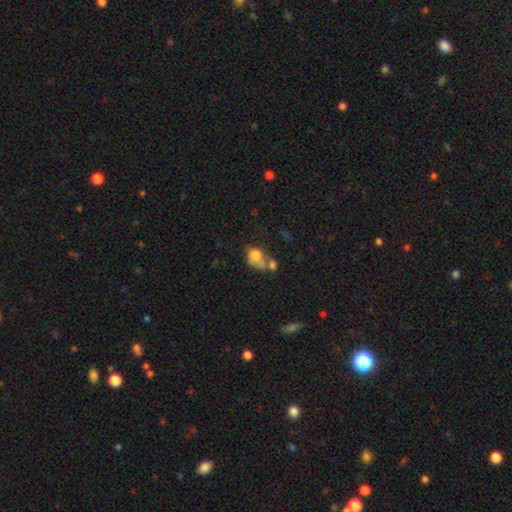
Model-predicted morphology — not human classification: A smooth galaxy with no disk features (70%) that is in between round and cigar-shaped (67%). Merging: merger (50%).